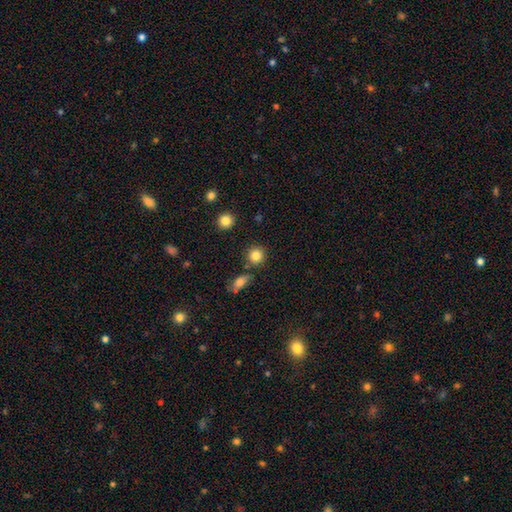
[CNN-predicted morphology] This is clearly a smooth galaxy (84%). How rounded: clearly round (90%). Merging: clearly none (82%).